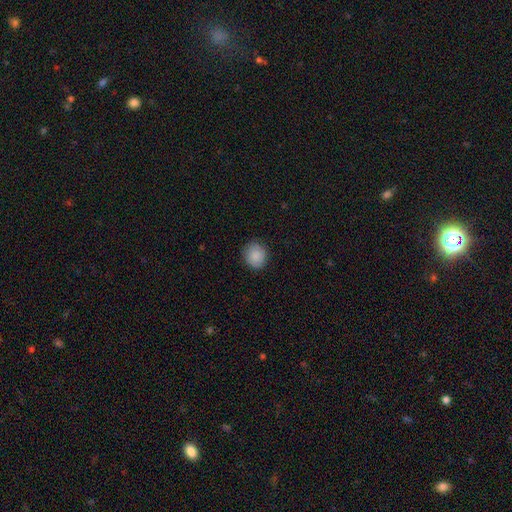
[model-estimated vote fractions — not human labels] smooth_or_featured: smooth (p=0.86) [alt: featured or disk p=0.07]
how_rounded: round (p=0.82) [alt: in between p=0.17]
merging: none (p=0.87) [alt: minor disturbance p=0.10]